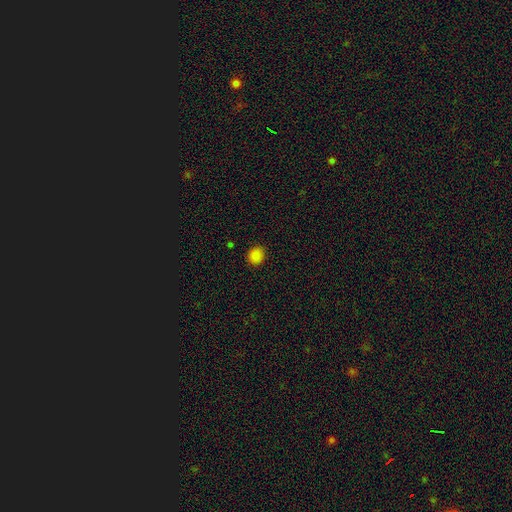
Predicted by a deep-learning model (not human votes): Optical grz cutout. It shows a smooth galaxy with no disk features (84%) that is round (78%). Merging: none (90%).